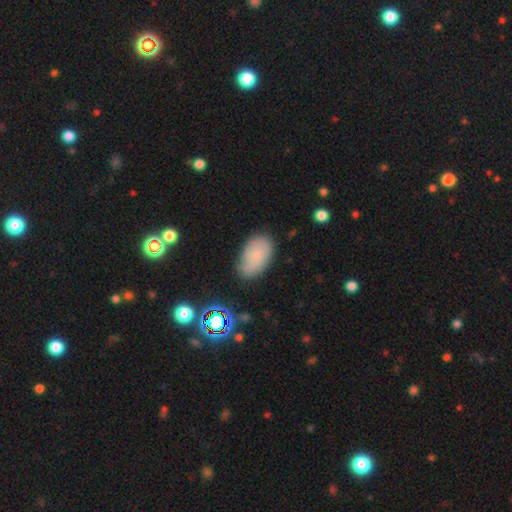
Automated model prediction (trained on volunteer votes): Overall: smooth (76%). How rounded: in between (93%). Merging: none (75%).